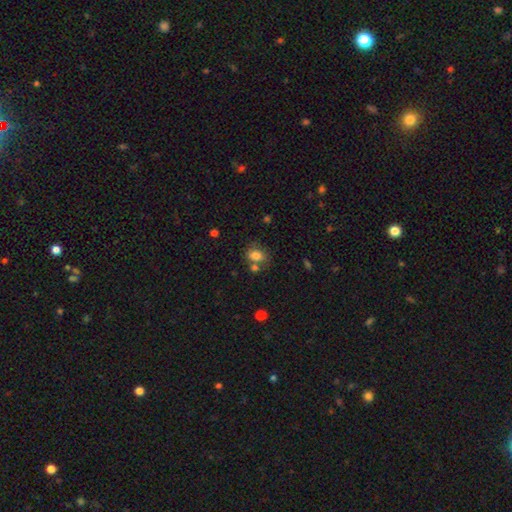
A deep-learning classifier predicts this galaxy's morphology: This is likely a smooth galaxy (78%). How rounded: likely in between (69%). Merging: possibly none (52%).